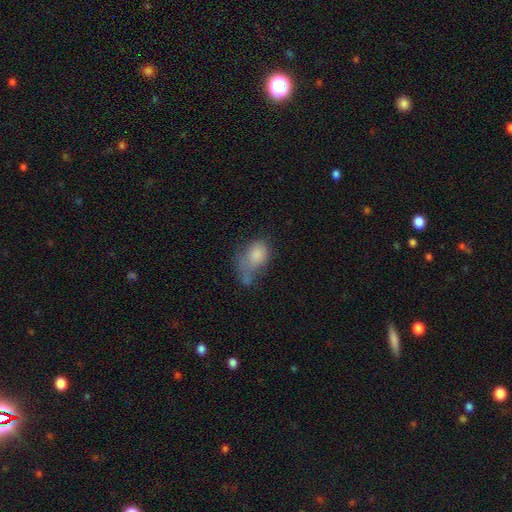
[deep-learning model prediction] smooth 76%, featured or disk 14%, star or artifact 9%. Down the decision tree: how rounded — in between (75%); merging — major disturbance (29%).